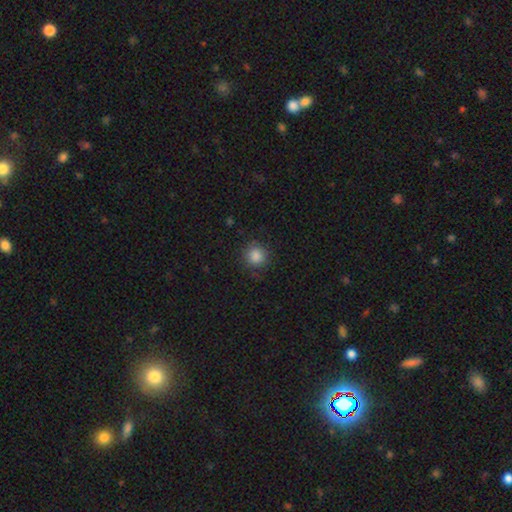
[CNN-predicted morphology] This is clearly a smooth galaxy (86%). How rounded: clearly round (92%). Merging: clearly none (86%).